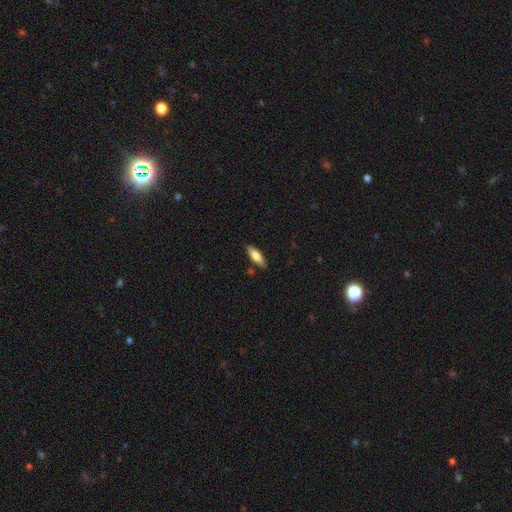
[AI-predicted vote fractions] A smooth galaxy with no disk features (72%) that is in between round and cigar-shaped (52%). Merging: none (85%).